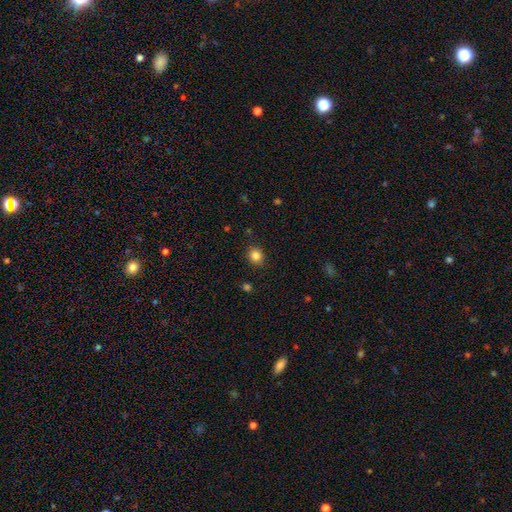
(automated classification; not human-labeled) smooth 84%, star or artifact 11%, featured or disk 5%. Down the decision tree: how rounded — round (77%); merging — none (88%).